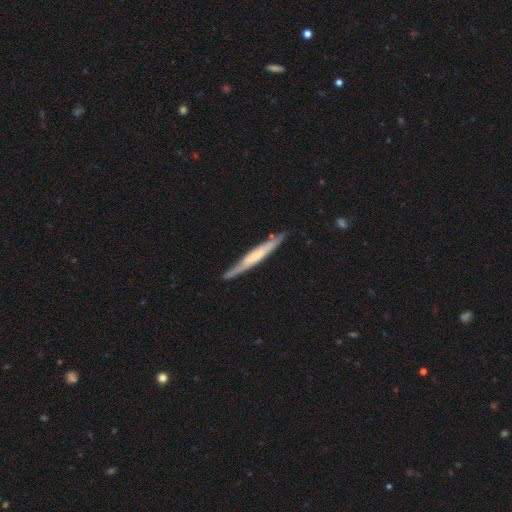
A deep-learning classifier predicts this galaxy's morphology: This appears to be a featured or disk galaxy (58%) viewed edge-on (91%) with no central bulge (50%). Merging: none (82%).